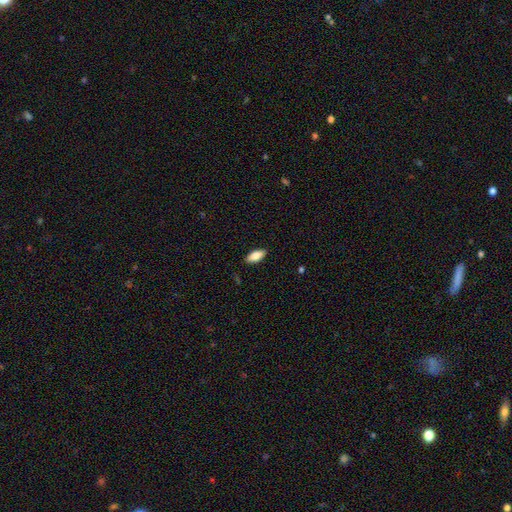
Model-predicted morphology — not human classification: Overall: smooth (82%). How rounded: in between (85%). Merging: none (88%).